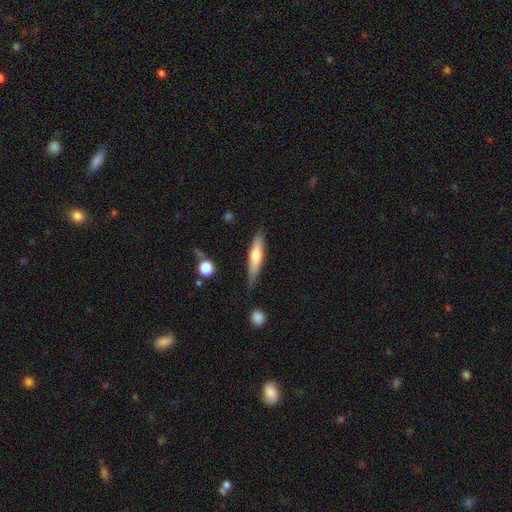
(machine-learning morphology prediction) Smooth or featured?
  - smooth: 54% *
  - featured or disk: 41%
  - star or artifact: 6%
How rounded?
  - cigar-shaped: 82% *
  - in between: 17%
  - round: 2%
Merging?
  - none: 79% *
  - minor disturbance: 16%
  - major disturbance: 3%
  - merger: 2%